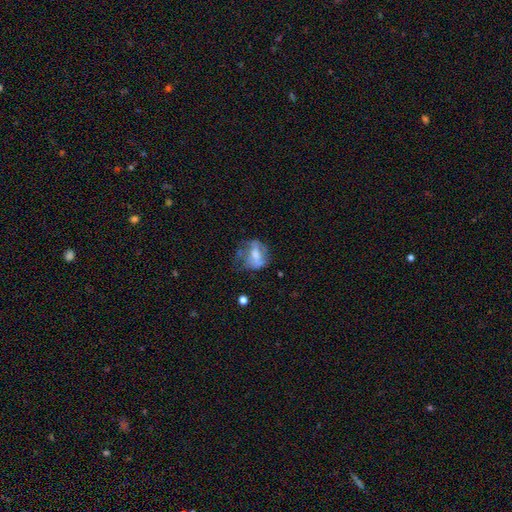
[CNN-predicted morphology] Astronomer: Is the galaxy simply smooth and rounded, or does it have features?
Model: smooth — 45%, tied with featured or disk at 45%.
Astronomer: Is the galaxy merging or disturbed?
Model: none — 37% (runner-up: major disturbance, 31%).